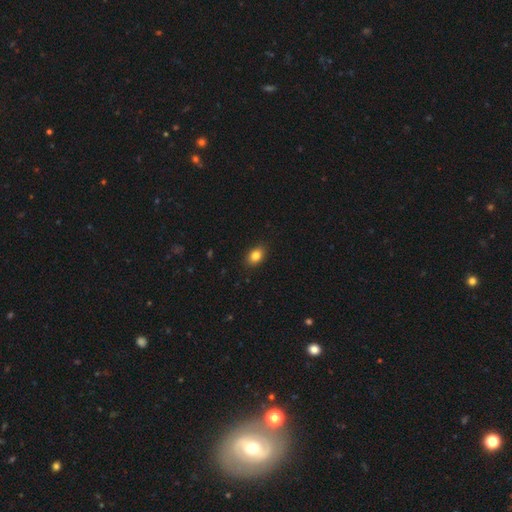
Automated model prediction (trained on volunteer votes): Smooth or featured? Predicted: smooth (p=0.84). How rounded? Predicted: in between (p=0.80). Merging? Predicted: none (p=0.88).